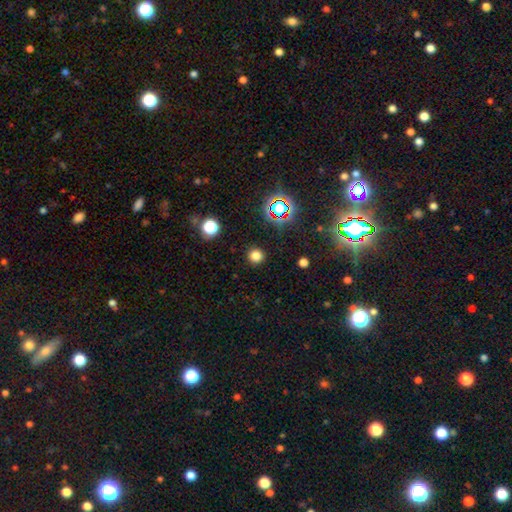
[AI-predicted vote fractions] A smooth galaxy with no disk features (77%) that is round (93%). Merging: none (90%).